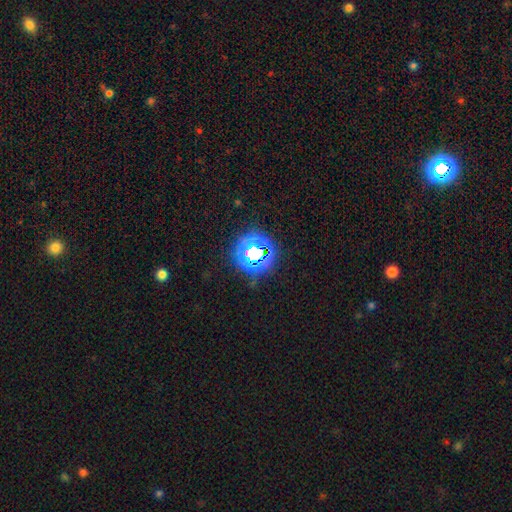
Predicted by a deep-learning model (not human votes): This is likely a star or artifact rather than a galaxy (72%).